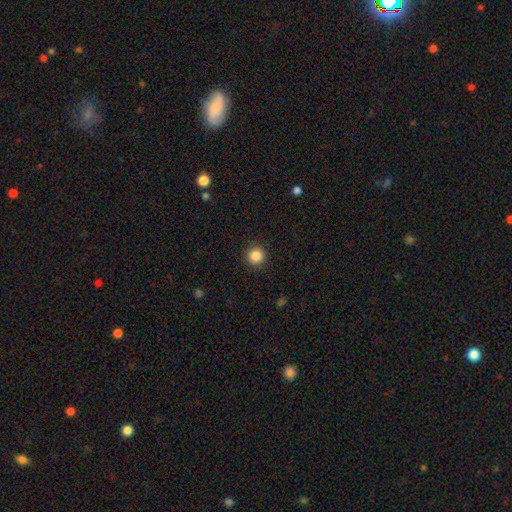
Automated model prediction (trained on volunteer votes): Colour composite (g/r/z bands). It shows a smooth galaxy with no disk features (86%) that is round (95%). Merging: none (92%).